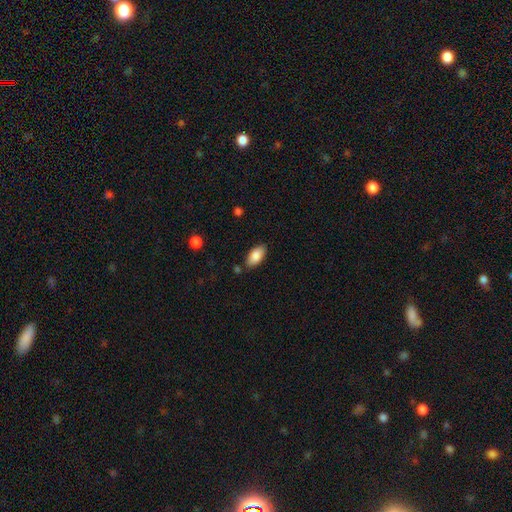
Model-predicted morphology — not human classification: Q: Smooth or featured?
A: smooth (85%); runner-up: featured or disk (8%)
Q: How rounded?
A: in between (92%); runner-up: cigar-shaped (5%)
Q: Merging?
A: none (83%); runner-up: minor disturbance (12%)